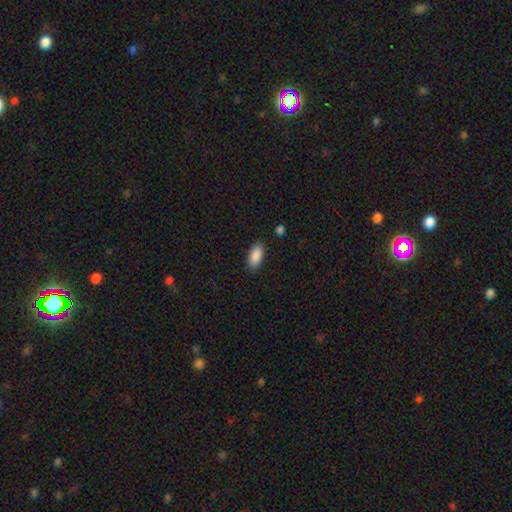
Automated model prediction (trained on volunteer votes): Smooth or featured: smooth — 90% (star or artifact — 7%)
How rounded: in between — 90% (cigar-shaped — 7%)
Merging: none — 86% (minor disturbance — 10%)